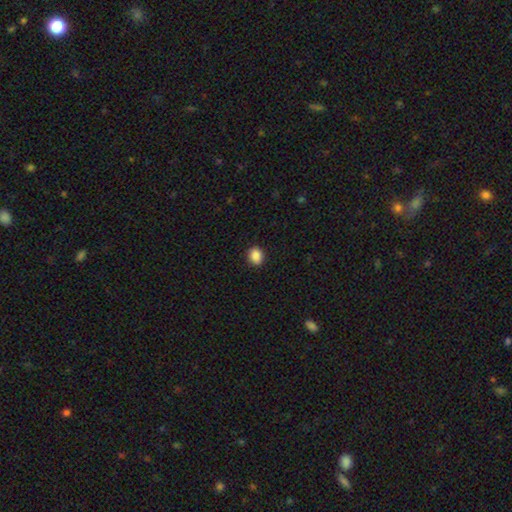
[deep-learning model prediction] This appears to be a smooth galaxy with no disk features (88%) that is round (55%). Merging: none (90%).